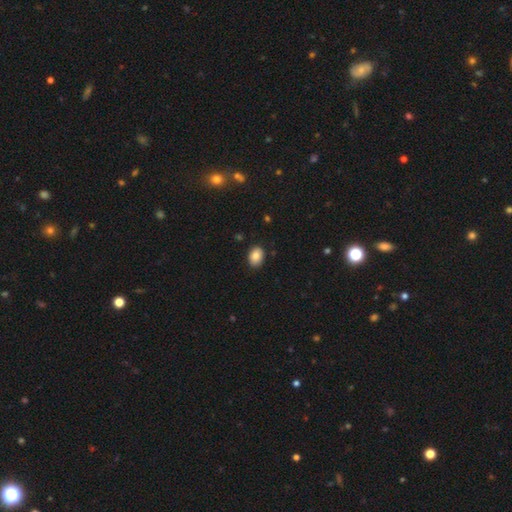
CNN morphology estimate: This appears to be a smooth galaxy with no disk features (84%) that is in between round and cigar-shaped (74%). Merging: none (88%).